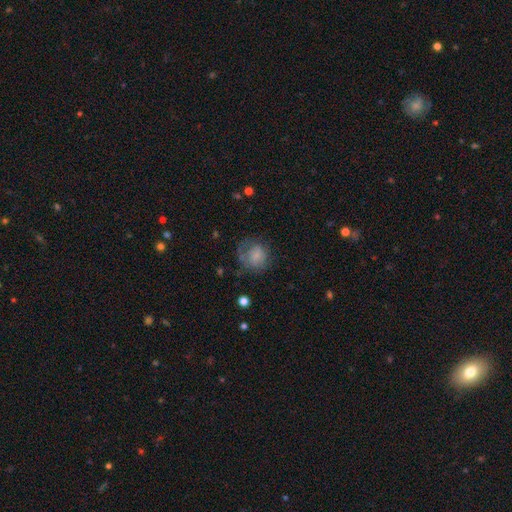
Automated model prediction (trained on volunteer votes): Q: Smooth or featured?
A: smooth (68%); runner-up: featured or disk (23%)
Q: How rounded?
A: round (76%); runner-up: in between (23%)
Q: Merging?
A: none (47%); runner-up: major disturbance (25%)